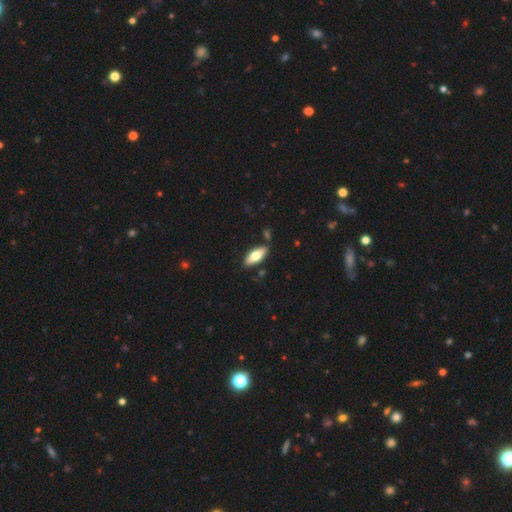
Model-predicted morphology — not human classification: This is likely a smooth galaxy (67%). How rounded: likely in between (73%). Merging: clearly none (83%).